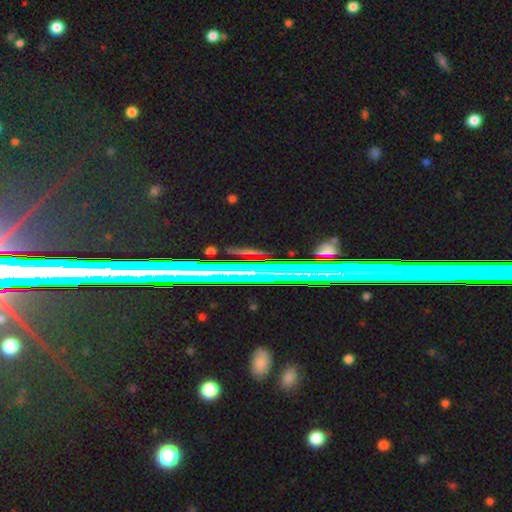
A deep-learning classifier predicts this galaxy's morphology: type=star or artifact (55%).